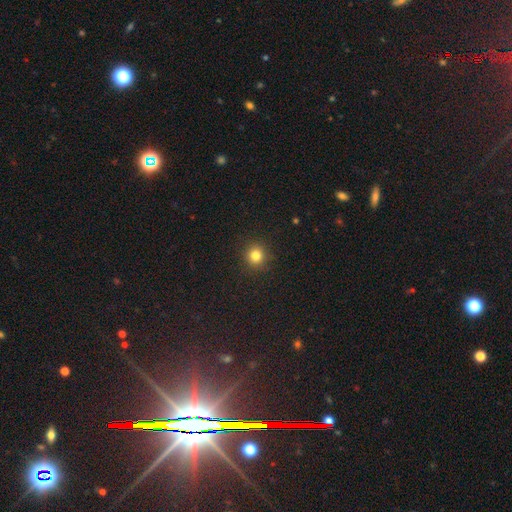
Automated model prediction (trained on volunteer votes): smooth 82%, star or artifact 13%, featured or disk 5%. Down the decision tree: how rounded — round (93%); merging — none (92%).